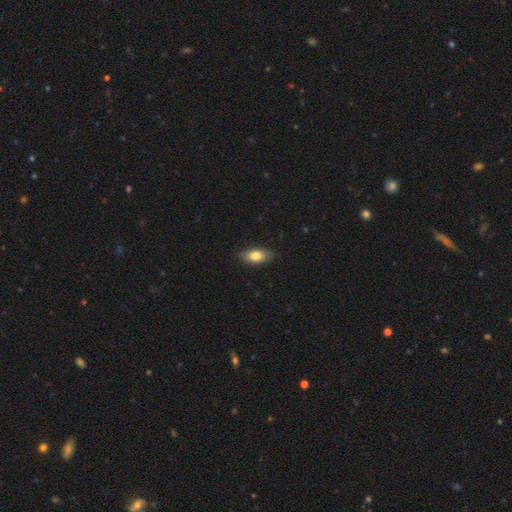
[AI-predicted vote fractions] This is clearly a smooth galaxy (81%). How rounded: clearly in between (88%). Merging: clearly none (86%).